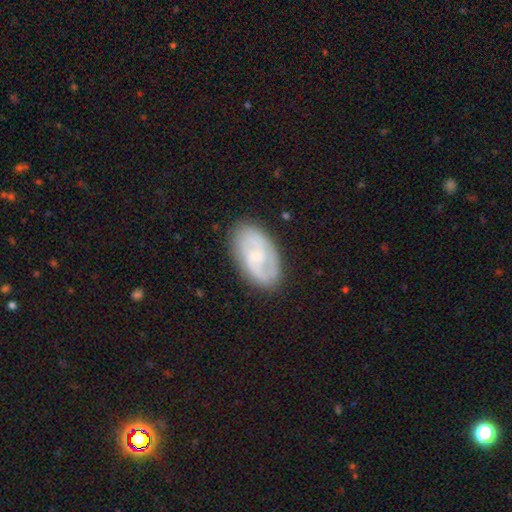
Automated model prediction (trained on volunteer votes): smooth-or-featured: featured or disk: 65% | smooth: 28% | star or artifact: 6%
  disk-edge-on: no: 95% | yes: 5%
    bar: no: 55% | weak: 39% | strong: 7%
    has-spiral-arms: yes: 87% | no: 13%
      spiral-winding: medium: 42% | tight: 40% | loose: 18%
      spiral-arm-count: 2: 66% | can't tell: 20% | 1: 7% | 3: 5% | 4: 2% | more than 4: 2%
    bulge-size: small: 58% | moderate: 28% | none: 10% | large: 3% | dominant: 1%
  merging: none: 80% | minor disturbance: 14% | major disturbance: 4% | merger: 1%